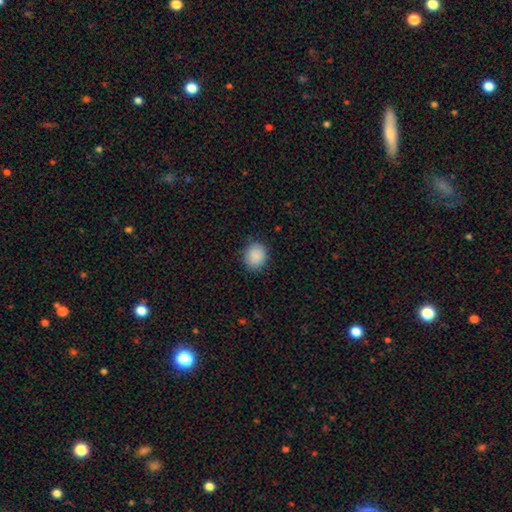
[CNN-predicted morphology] smooth_or_featured: smooth (p=0.89) [alt: star or artifact p=0.08]
how_rounded: round (p=0.74) [alt: in between p=0.25]
merging: none (p=0.84) [alt: minor disturbance p=0.12]